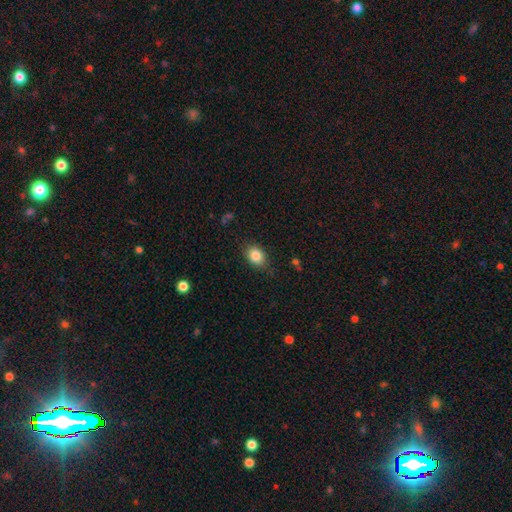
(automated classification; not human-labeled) This appears to be a smooth galaxy with no disk features (85%) that is in between round and cigar-shaped (67%). Merging: none (81%).